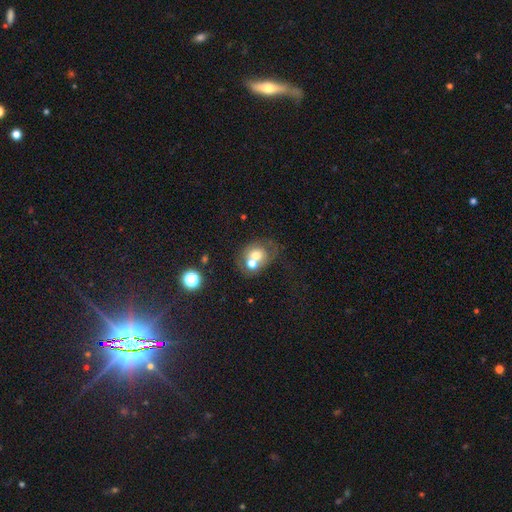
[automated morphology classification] The model was most divided on "smooth or featured": smooth: 58%, featured or disk: 31%, star or artifact: 11%. More confident: how rounded — round (63%); merging — merger (58%).